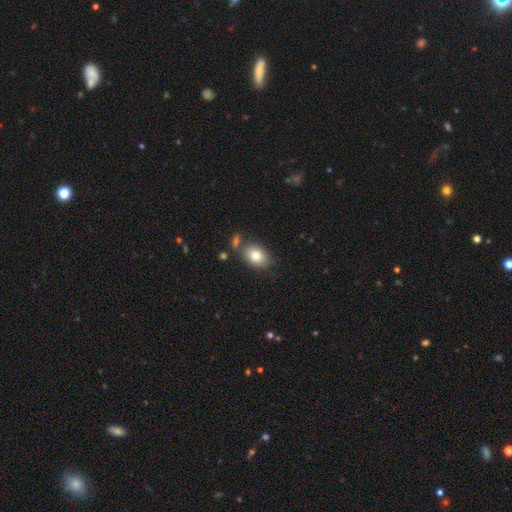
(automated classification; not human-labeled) Smooth or featured?
  - smooth: 82% *
  - featured or disk: 10%
  - star or artifact: 8%
How rounded?
  - in between: 77% *
  - round: 22%
  - cigar-shaped: 1%
Merging?
  - none: 72% *
  - minor disturbance: 14%
  - merger: 10%
  - major disturbance: 4%